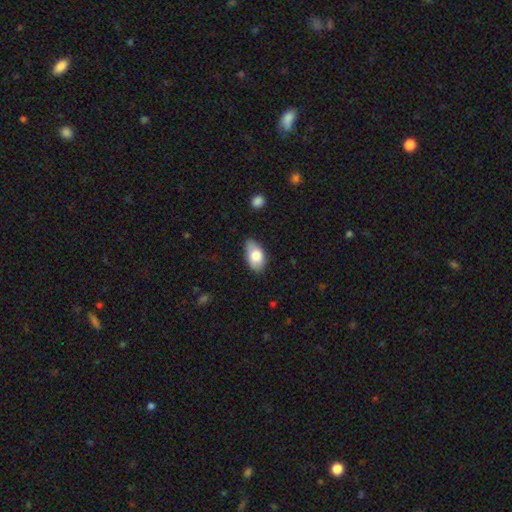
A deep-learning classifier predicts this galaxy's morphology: smooth-or-featured: smooth: 78% | featured or disk: 16% | star or artifact: 6%
  how-rounded: in between: 93% | round: 4% | cigar-shaped: 2%
  merging: none: 71% | minor disturbance: 24% | major disturbance: 4% | merger: 2%